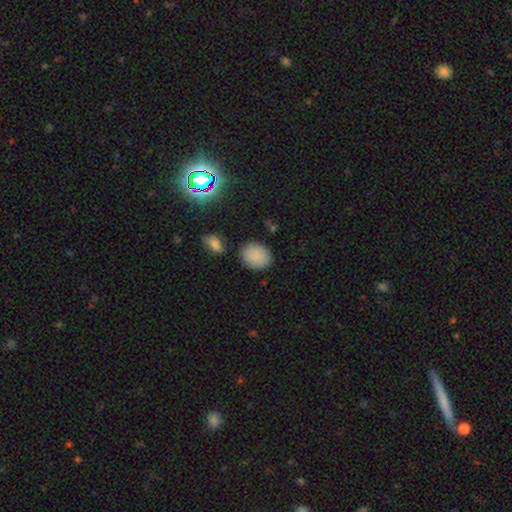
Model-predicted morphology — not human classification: Overall: smooth (85%). How rounded: in between (50%; round 49%). Merging: none (82%).